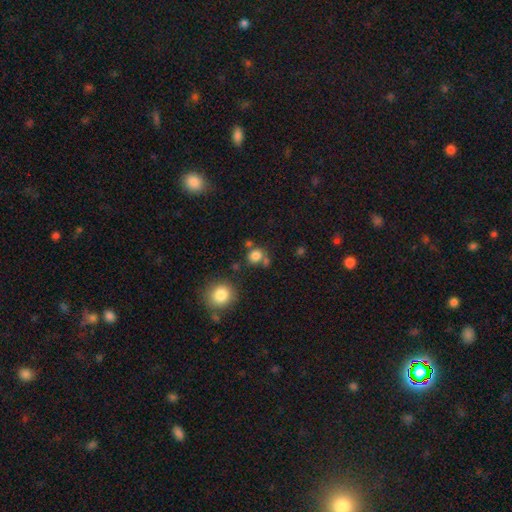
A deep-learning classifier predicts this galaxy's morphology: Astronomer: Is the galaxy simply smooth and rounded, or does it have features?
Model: smooth — 80%.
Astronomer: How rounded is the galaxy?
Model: round — 80%.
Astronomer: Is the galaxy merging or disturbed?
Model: none — 62%.